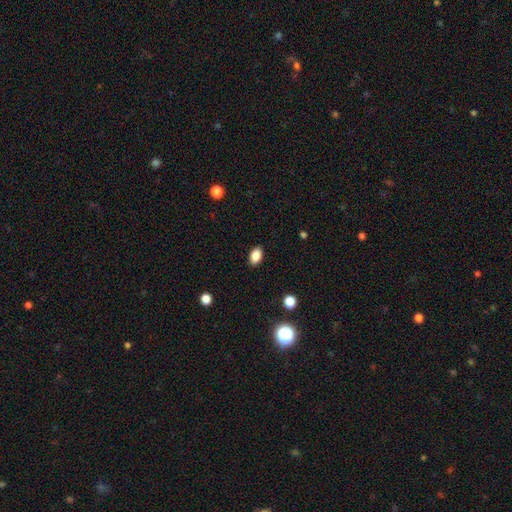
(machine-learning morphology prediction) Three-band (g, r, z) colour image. It shows a smooth galaxy with no disk features (86%) that is in between round and cigar-shaped (88%). Merging: none (89%).